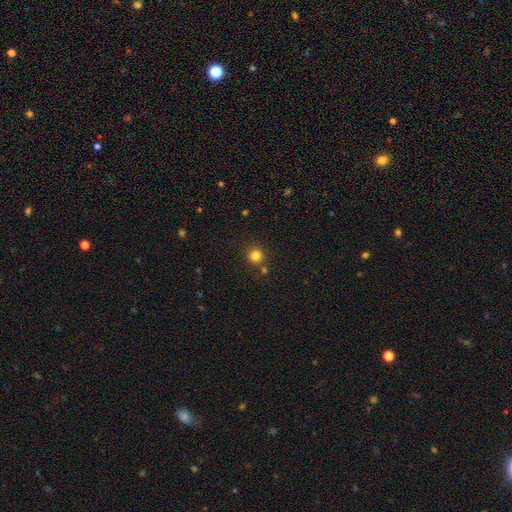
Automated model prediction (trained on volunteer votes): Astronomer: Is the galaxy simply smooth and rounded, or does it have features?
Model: smooth — 82%.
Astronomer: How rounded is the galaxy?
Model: round — 92%.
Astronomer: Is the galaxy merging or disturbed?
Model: none — 81%.